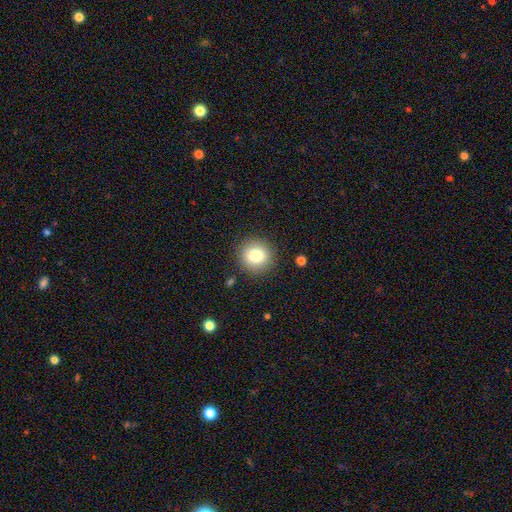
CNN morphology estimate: Smooth or featured? Predicted: smooth (p=0.81). How rounded? Predicted: round (p=0.90). Merging? Predicted: none (p=0.89).